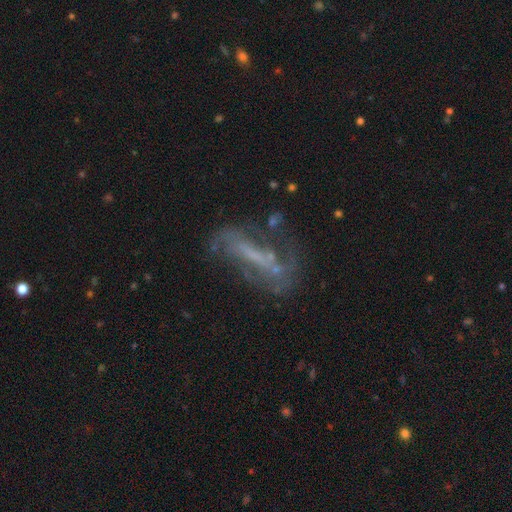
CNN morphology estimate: Smooth or featured? featured or disk (66%)
Edge-on disk? no (82%)
Bar? strong (40%)
Spiral arms? yes (59%)
Bulge size? none (60%)
Merging? none (47%)